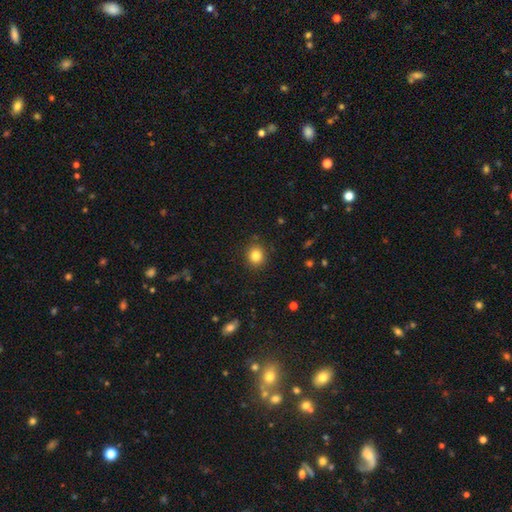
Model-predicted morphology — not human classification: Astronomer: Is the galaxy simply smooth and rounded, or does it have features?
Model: smooth — 83%.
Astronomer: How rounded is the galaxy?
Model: round — 85%.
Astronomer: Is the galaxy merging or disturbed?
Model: none — 89%.